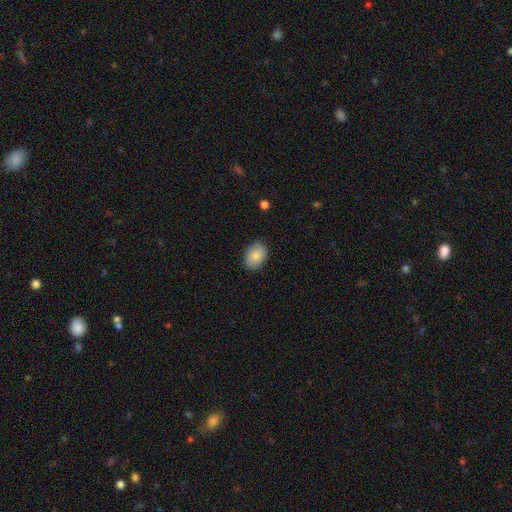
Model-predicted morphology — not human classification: Smooth or featured: smooth — 86% (featured or disk — 7%)
How rounded: in between — 76% (round — 23%)
Merging: none — 86% (minor disturbance — 11%)